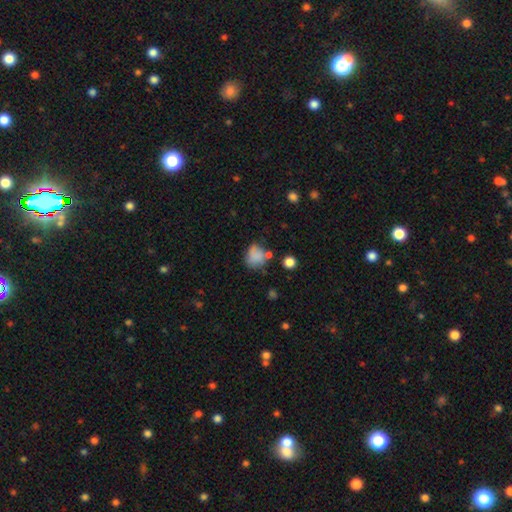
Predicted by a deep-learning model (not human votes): smooth_or_featured: smooth (p=0.79) [alt: star or artifact p=0.11]
how_rounded: round (p=0.61) [alt: in between p=0.38]
merging: none (p=0.51) [alt: minor disturbance p=0.25]